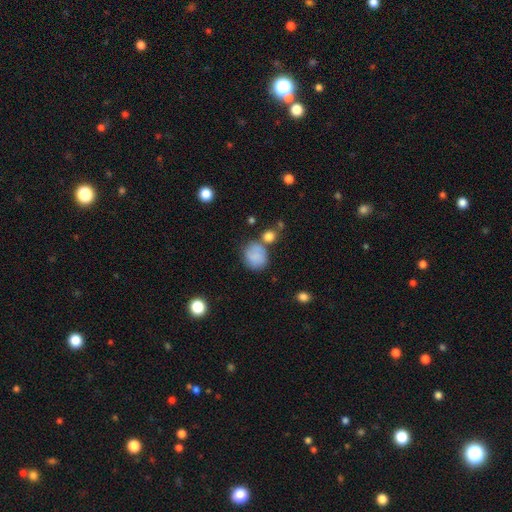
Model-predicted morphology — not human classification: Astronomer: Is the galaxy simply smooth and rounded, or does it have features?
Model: smooth — 79%.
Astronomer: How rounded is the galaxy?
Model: round — 75%.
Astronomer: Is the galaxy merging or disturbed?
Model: none — 59%.